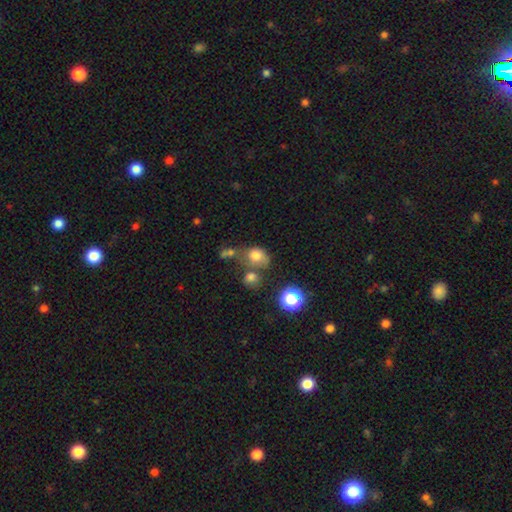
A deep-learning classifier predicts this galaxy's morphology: A smooth galaxy with no disk features (74%) that is round (56%). Merging: none (38%).